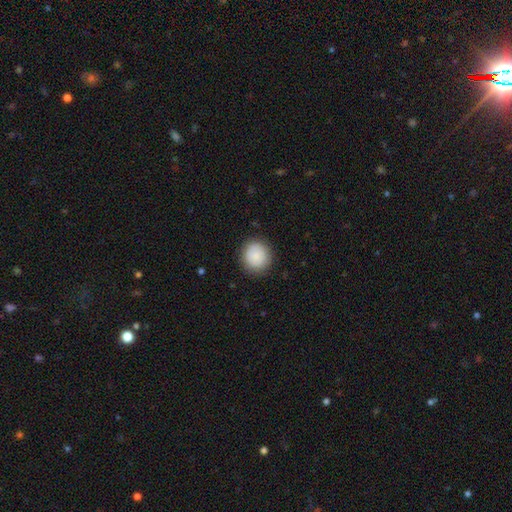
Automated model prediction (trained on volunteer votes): Q: Smooth or featured?
A: smooth (88%); runner-up: star or artifact (7%)
Q: How rounded?
A: round (90%); runner-up: in between (9%)
Q: Merging?
A: none (89%); runner-up: minor disturbance (7%)